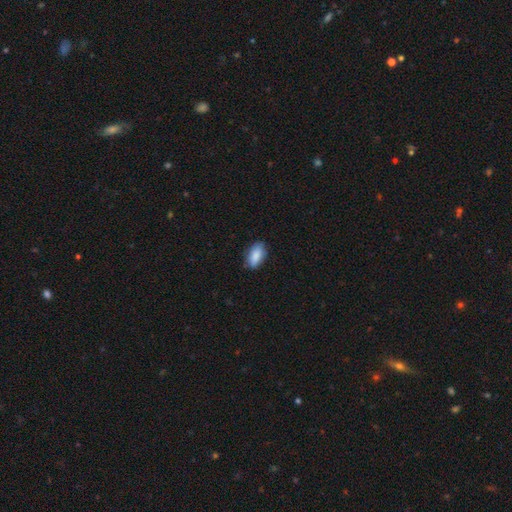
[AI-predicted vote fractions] Smooth or featured? smooth (86%)
How rounded? in between (92%)
Merging? none (77%)